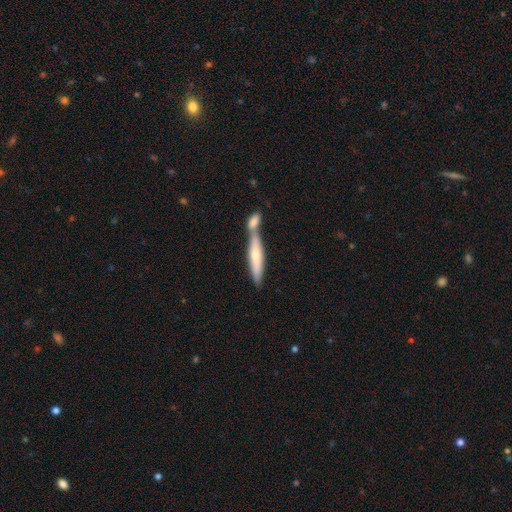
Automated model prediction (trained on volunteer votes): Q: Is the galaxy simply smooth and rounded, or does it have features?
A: smooth — 59%.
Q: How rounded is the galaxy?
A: cigar-shaped — 84%.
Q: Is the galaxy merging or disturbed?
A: merger — 50%.